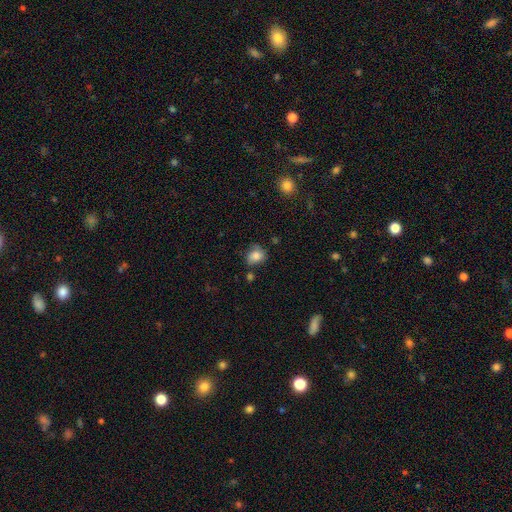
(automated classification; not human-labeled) A smooth galaxy with no disk features (78%) that is round (58%).

Vote fractions:
- Smooth or featured? smooth: 78% / featured or disk: 12% / star or artifact: 10%
- How rounded? round: 58% / in between: 41% / cigar-shaped: 1%
- Merging? none: 54% / minor disturbance: 30% / major disturbance: 10% / merger: 6%